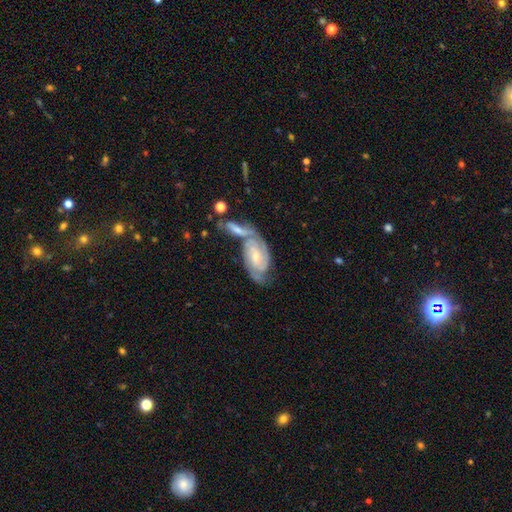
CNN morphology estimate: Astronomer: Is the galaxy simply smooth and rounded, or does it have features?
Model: featured or disk — 84%.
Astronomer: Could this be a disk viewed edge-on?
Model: no — 95%.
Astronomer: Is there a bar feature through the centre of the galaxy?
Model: no — 45% (runner-up: weak, 41%).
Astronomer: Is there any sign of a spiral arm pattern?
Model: yes — 96%.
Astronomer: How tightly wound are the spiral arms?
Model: tight — 54% (runner-up: medium, 37%).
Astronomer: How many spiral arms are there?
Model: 2 — 77%.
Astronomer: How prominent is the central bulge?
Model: small — 58% (runner-up: moderate, 36%).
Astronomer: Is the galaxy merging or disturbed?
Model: merger — 40% (runner-up: none, 39%).